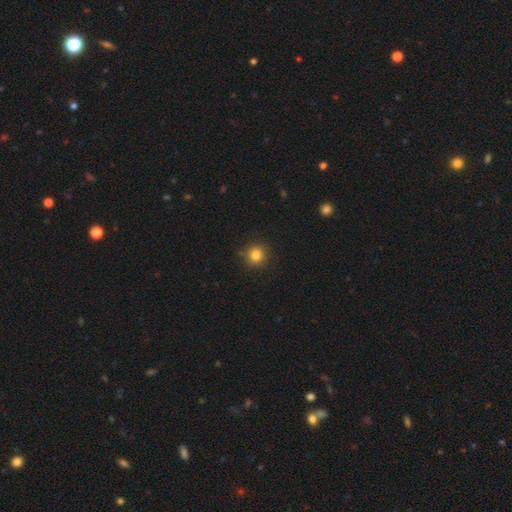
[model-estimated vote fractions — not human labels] Smooth or featured: smooth — 83% (star or artifact — 12%)
How rounded: round — 94% (in between — 5%)
Merging: none — 89% (minor disturbance — 7%)